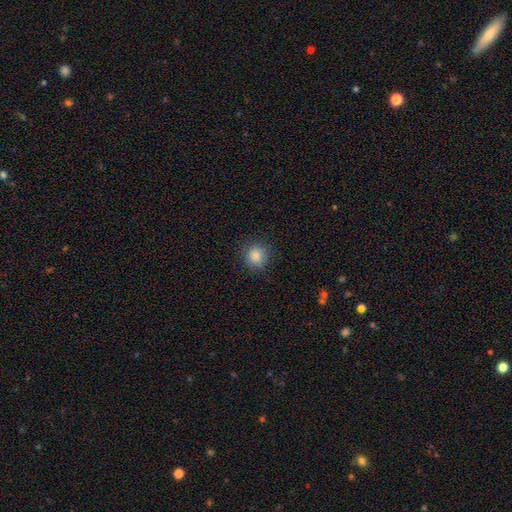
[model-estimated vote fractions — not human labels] smooth_or_featured: smooth (p=0.86) [alt: star or artifact p=0.09]
how_rounded: round (p=0.84) [alt: in between p=0.15]
merging: none (p=0.87) [alt: minor disturbance p=0.10]